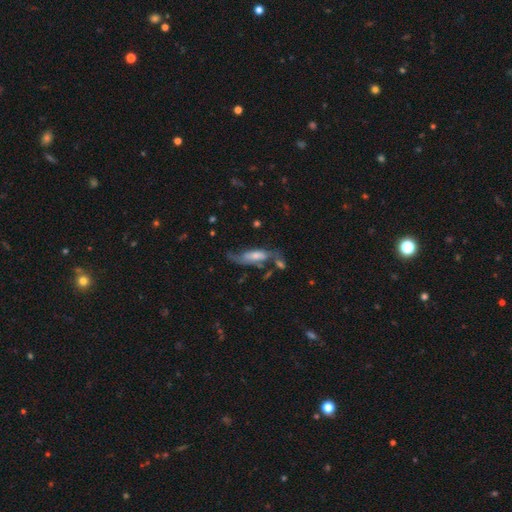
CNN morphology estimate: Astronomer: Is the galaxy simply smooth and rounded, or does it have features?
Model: featured or disk — 61%.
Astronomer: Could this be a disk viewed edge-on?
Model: no — 76%.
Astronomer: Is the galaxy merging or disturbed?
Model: none — 43% (runner-up: minor disturbance, 23%).